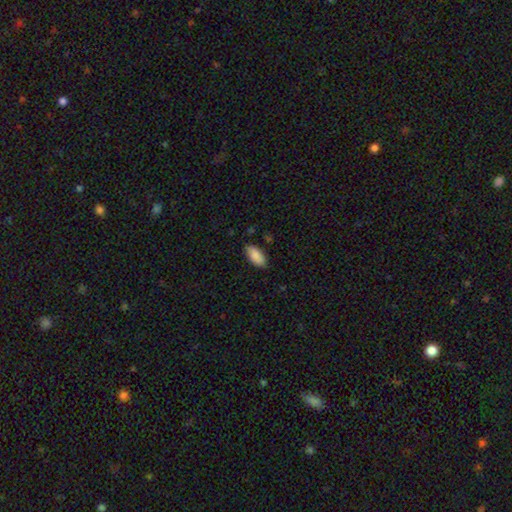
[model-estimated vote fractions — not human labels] Smooth or featured? Predicted: smooth (p=0.89). How rounded? Predicted: in between (p=0.91). Merging? Predicted: none (p=0.82).